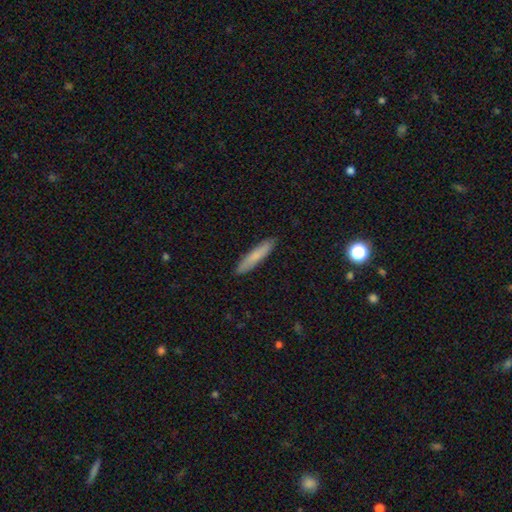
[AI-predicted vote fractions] Overall: smooth (74%). How rounded: cigar-shaped (90%). Merging: none (90%).